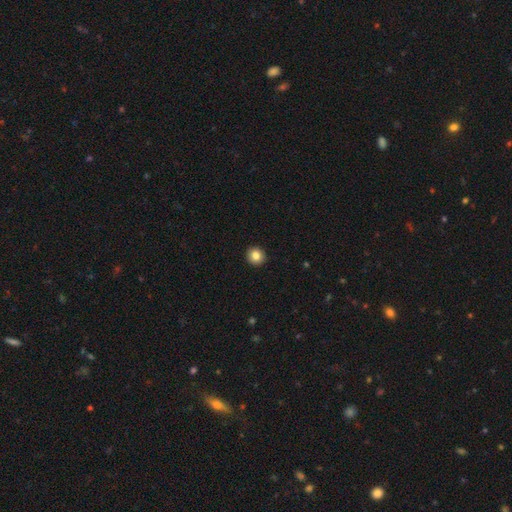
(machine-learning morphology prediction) Smooth or featured? Predicted: smooth (p=0.84). How rounded? Predicted: round (p=0.91). Merging? Predicted: none (p=0.93).